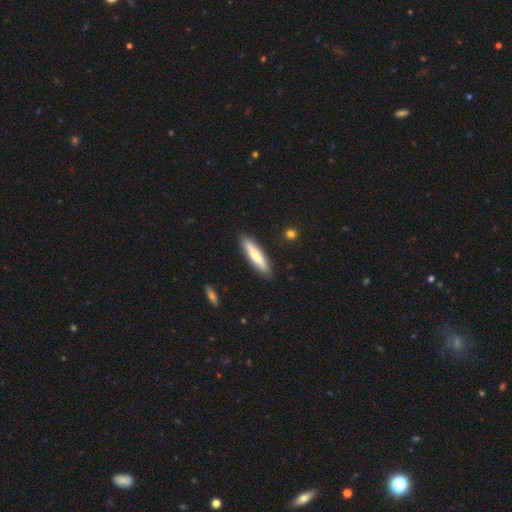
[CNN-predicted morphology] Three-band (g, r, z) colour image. It shows a smooth galaxy with no disk features (66%) that is cigar-shaped (81%). Merging: none (89%).